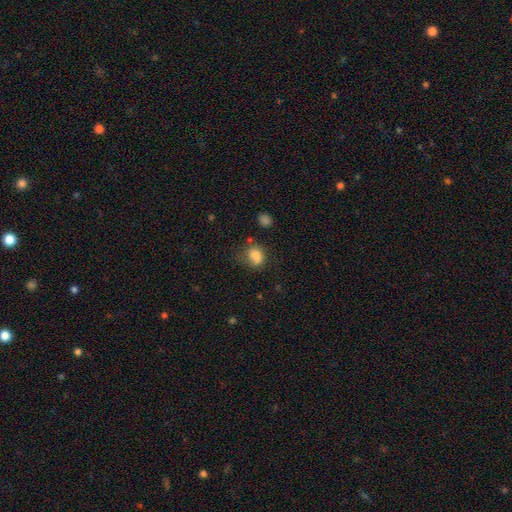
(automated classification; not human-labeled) Q: Smooth or featured?
A: smooth (79%); runner-up: star or artifact (12%)
Q: How rounded?
A: round (55%); runner-up: in between (44%)
Q: Merging?
A: none (46%); runner-up: minor disturbance (26%)